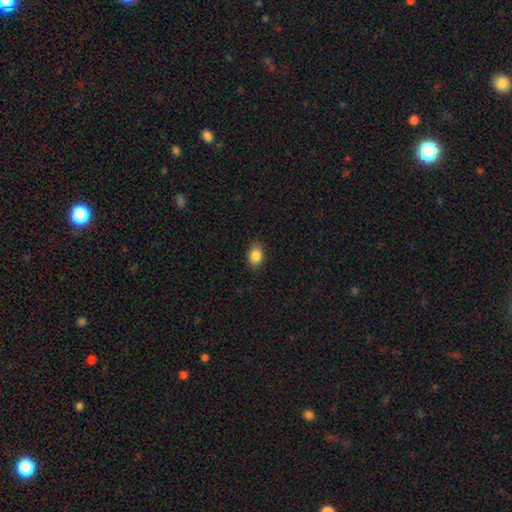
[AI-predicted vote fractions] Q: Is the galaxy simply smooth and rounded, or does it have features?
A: smooth — 87%.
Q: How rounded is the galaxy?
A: in between — 75%.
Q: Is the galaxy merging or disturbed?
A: none — 87%.